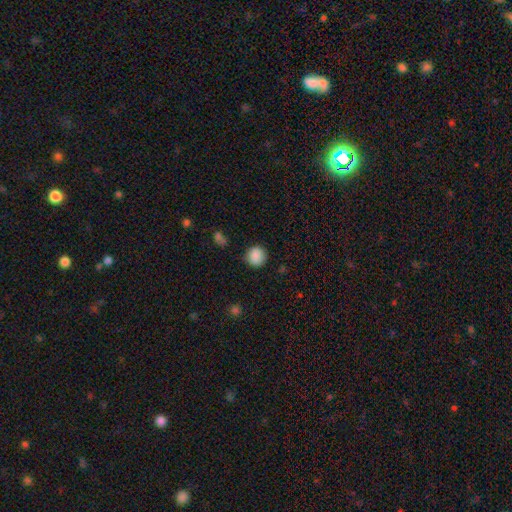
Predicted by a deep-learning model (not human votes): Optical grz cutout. It shows a smooth galaxy with no disk features (88%) that is round (90%). Merging: none (85%).